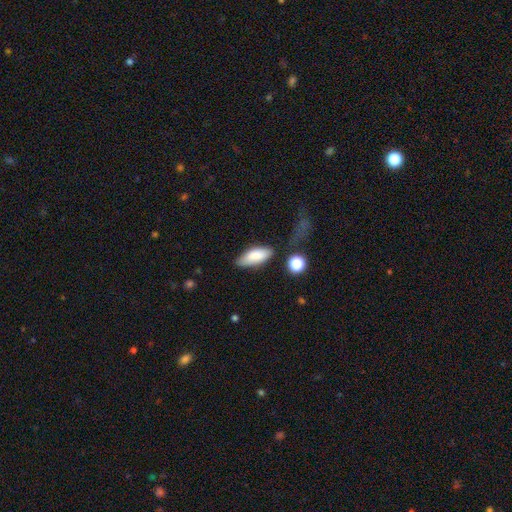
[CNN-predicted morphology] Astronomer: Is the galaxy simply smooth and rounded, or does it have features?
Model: smooth — 83%.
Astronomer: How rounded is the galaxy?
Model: in between — 79%.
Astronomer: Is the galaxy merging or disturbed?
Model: none — 66%.